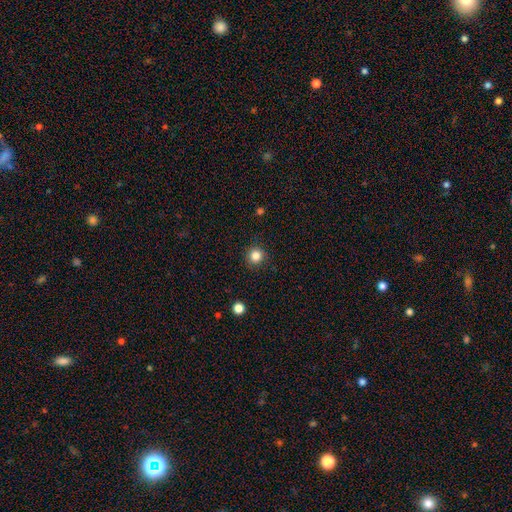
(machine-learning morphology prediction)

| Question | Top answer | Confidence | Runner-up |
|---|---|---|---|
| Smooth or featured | smooth | 84% | star or artifact (12%) |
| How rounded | round | 94% | in between (5%) |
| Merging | none | 91% | minor disturbance (6%) |